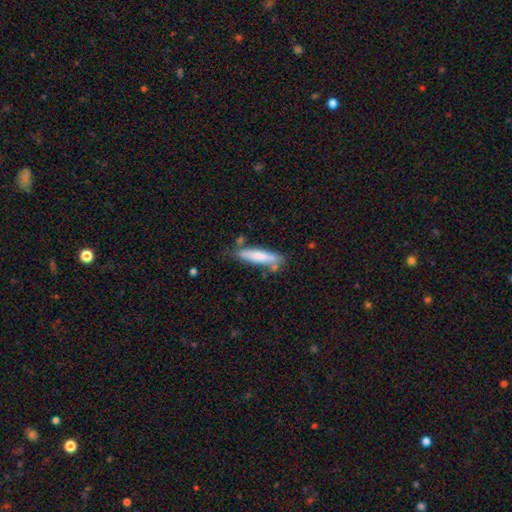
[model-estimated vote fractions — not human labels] Q: Smooth or featured?
A: smooth (70%); runner-up: featured or disk (24%)
Q: How rounded?
A: cigar-shaped (82%); runner-up: in between (16%)
Q: Merging?
A: none (65%); runner-up: minor disturbance (22%)